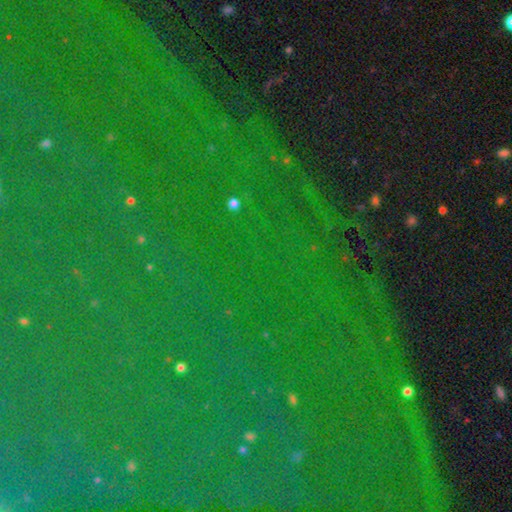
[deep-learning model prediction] Smooth or featured?
  - star or artifact: 84% *
  - smooth: 9%
  - featured or disk: 7%